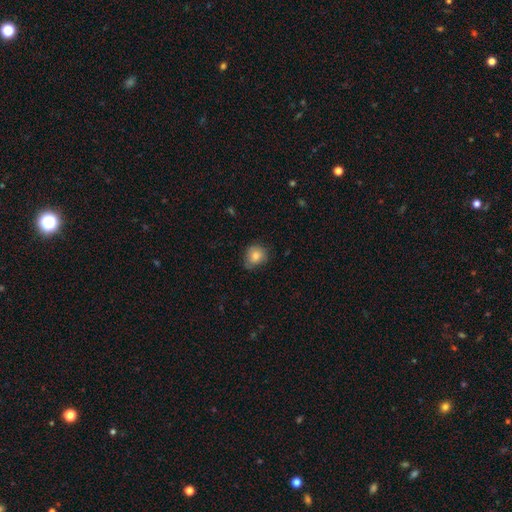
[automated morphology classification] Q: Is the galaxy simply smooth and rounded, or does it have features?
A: smooth — 82%.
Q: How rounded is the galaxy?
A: round — 74%.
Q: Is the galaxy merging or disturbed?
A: none — 69%.